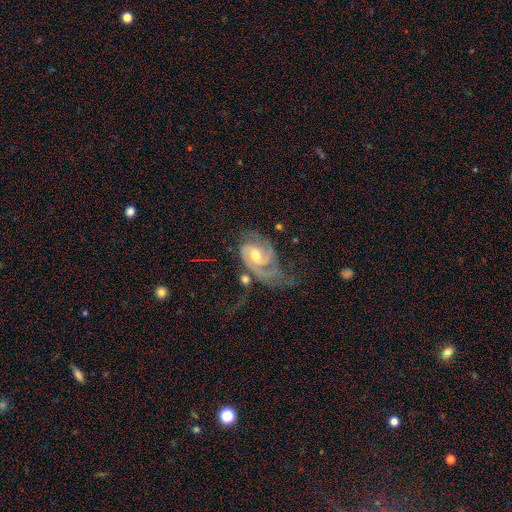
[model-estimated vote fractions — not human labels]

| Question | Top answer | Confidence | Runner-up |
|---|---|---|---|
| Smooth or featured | featured or disk | 88% | smooth (7%) |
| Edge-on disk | no | 97% | yes (3%) |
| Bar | weak | 44% | tied: no (44%) |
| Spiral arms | yes | 97% | no (3%) |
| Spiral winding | tight | 50% | medium (39%) |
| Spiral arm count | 2 | 71% | 1 (10%) |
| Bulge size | moderate | 69% | small (23%) |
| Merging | none | 40% | major disturbance (28%) |